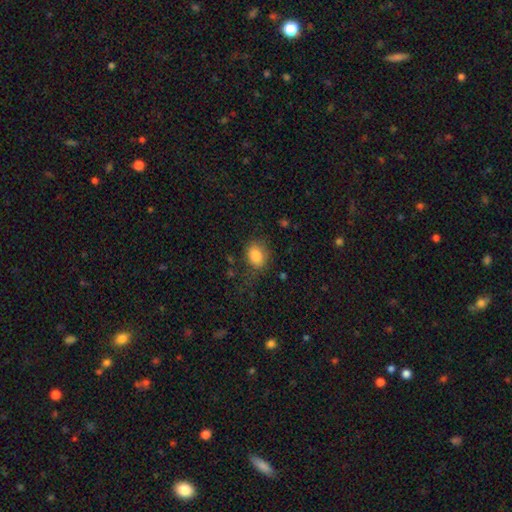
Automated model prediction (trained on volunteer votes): Smooth or featured?
  - smooth: 85% *
  - star or artifact: 9%
  - featured or disk: 6%
How rounded?
  - in between: 61% *
  - round: 38%
  - cigar-shaped: 1%
Merging?
  - none: 67% *
  - minor disturbance: 21%
  - major disturbance: 10%
  - merger: 2%